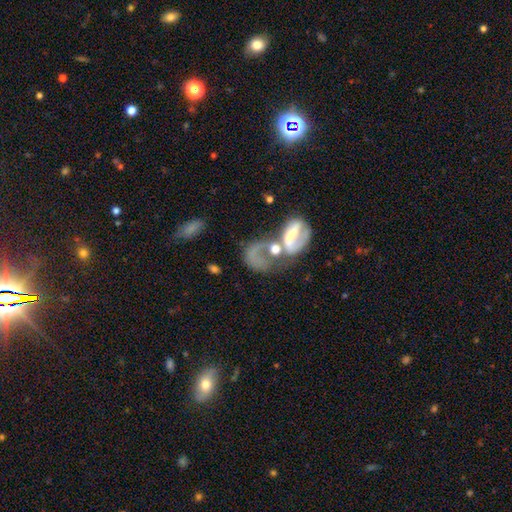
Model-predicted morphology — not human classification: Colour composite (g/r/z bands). It shows a featured or disk galaxy (53%) with no bar (59%), spiral arms (52%) and a moderate central bulge (38%). Merging: merger (51%).